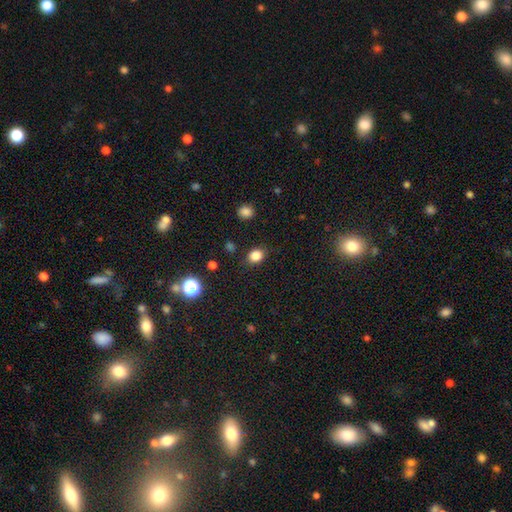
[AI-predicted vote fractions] A smooth galaxy with no disk features (84%) that is in between round and cigar-shaped (51%).

Vote fractions:
- Smooth or featured? smooth: 84% / star or artifact: 12% / featured or disk: 4%
- How rounded? in between: 51% / round: 48% / cigar-shaped: 1%
- Merging? none: 85% / minor disturbance: 10% / major disturbance: 3% / merger: 2%